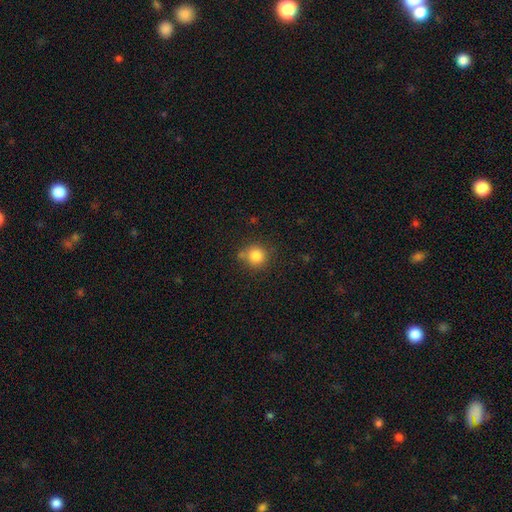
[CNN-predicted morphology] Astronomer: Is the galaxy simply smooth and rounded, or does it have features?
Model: smooth — 84%.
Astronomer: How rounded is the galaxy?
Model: round — 91%.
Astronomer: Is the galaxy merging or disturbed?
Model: none — 74%.